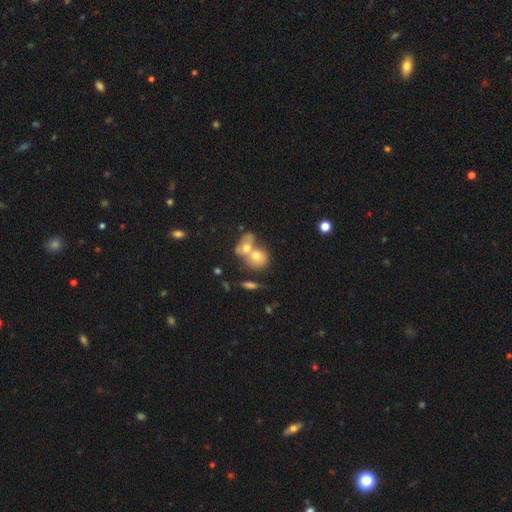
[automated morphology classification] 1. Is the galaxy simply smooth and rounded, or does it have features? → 60% smooth, 28% featured or disk, 12% star or artifact.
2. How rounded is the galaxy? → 55% round, 43% in between, 2% cigar-shaped.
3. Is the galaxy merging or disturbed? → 65% merger, 23% none, 7% minor disturbance, 5% major disturbance.